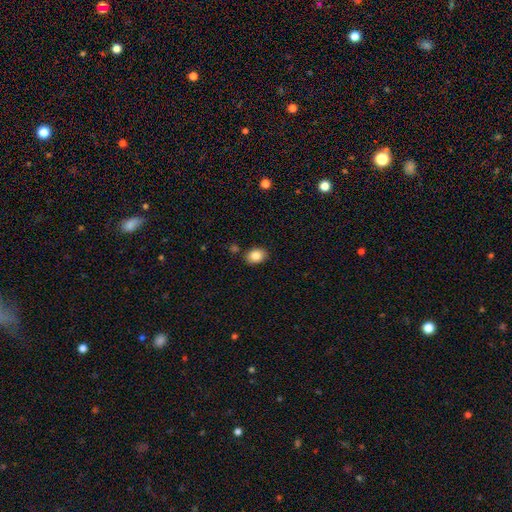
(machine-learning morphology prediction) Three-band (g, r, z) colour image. It shows a smooth galaxy with no disk features (85%) that is in between round and cigar-shaped (68%). Merging: none (84%).